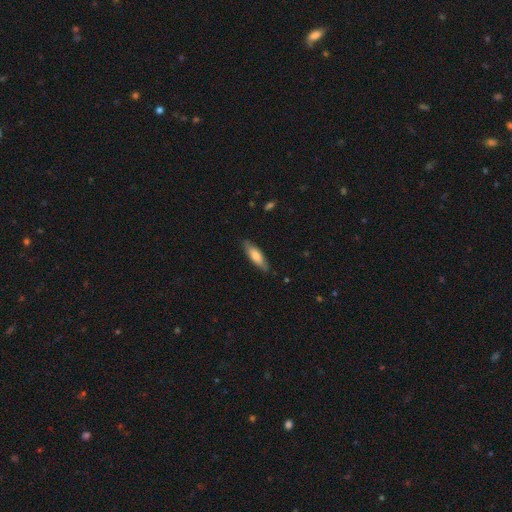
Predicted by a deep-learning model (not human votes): smooth 70%, featured or disk 24%, star or artifact 6%. Down the decision tree: how rounded — in between (50%); merging — none (83%).